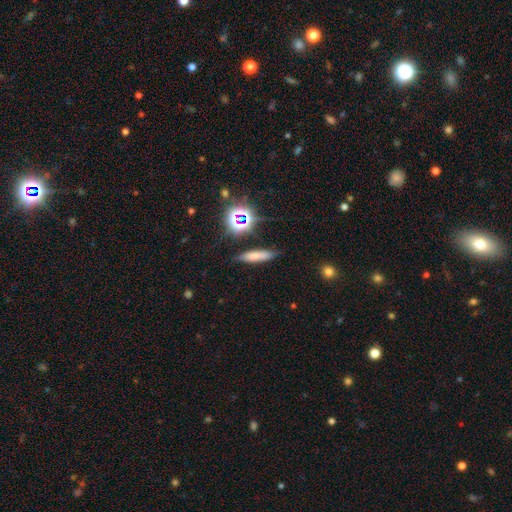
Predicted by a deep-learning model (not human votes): A smooth galaxy with no disk features (67%) that is cigar-shaped (73%). Merging: none (80%).